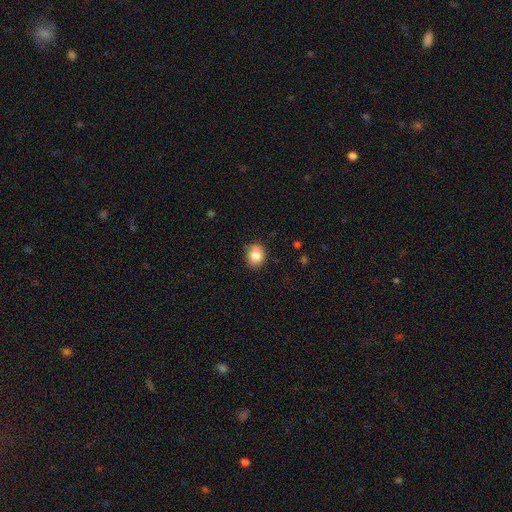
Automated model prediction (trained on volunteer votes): This appears to be a smooth galaxy with no disk features (84%) that is round (60%). Merging: none (79%).